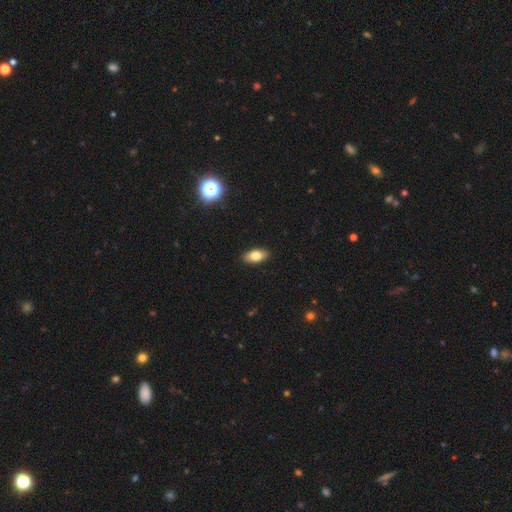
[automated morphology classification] A smooth galaxy with no disk features (76%) that is in between round and cigar-shaped (88%). Merging: none (90%).